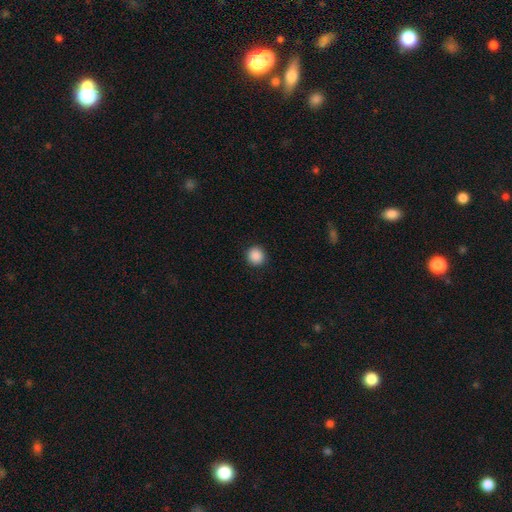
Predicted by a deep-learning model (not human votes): Overall: smooth (89%). How rounded: round (93%). Merging: none (92%).